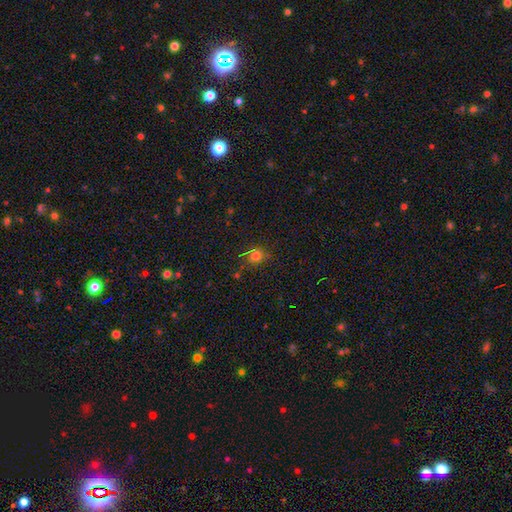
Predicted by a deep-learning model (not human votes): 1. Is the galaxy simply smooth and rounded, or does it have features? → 68% smooth, 23% star or artifact, 8% featured or disk.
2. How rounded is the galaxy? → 80% round, 19% in between, 1% cigar-shaped.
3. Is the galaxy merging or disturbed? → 79% none, 14% minor disturbance, 4% major disturbance, 3% merger.